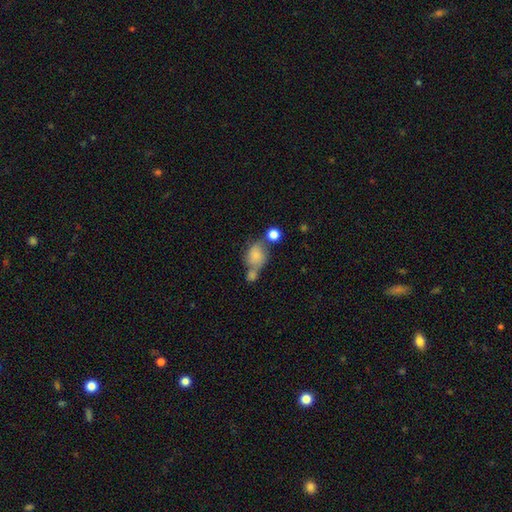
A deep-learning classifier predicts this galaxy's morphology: This appears to be a smooth galaxy with no disk features (70%) that is in between round and cigar-shaped (56%). Merging: merger (41%).